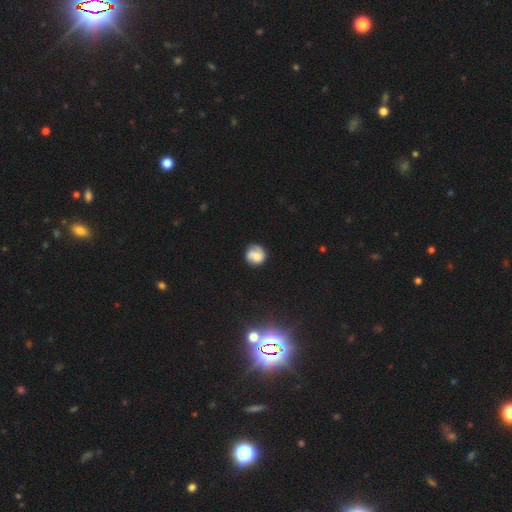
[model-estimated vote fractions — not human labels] Morphology: type=smooth (49%); merging=none (66%).